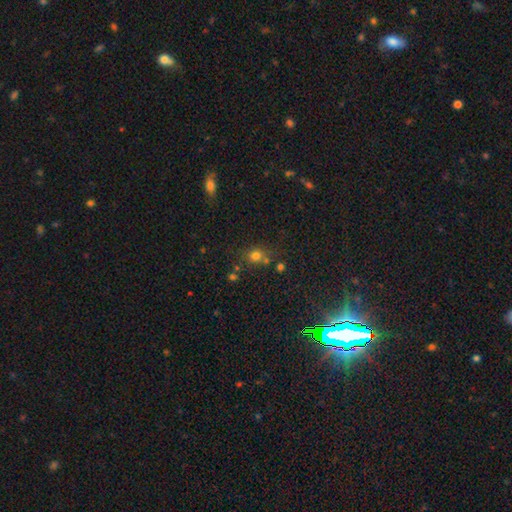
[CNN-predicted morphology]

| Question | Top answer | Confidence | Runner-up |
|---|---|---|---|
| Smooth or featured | smooth | 73% | star or artifact (19%) |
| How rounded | round | 71% | in between (28%) |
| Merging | none | 63% | merger (17%) |